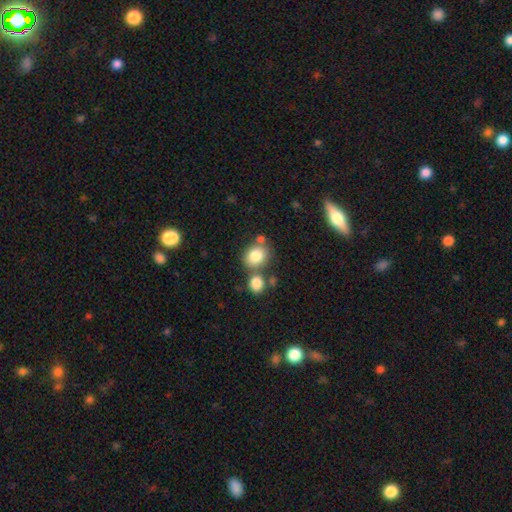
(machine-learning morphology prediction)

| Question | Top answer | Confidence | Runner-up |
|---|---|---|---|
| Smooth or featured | smooth | 81% | featured or disk (10%) |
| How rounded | round | 63% | in between (36%) |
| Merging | none | 59% | merger (25%) |